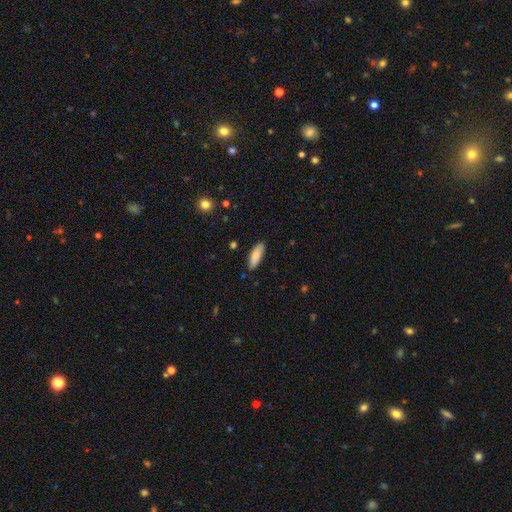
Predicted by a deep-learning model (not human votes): Overall: smooth (84%). How rounded: in between (62%; cigar-shaped 37%). Merging: none (87%).